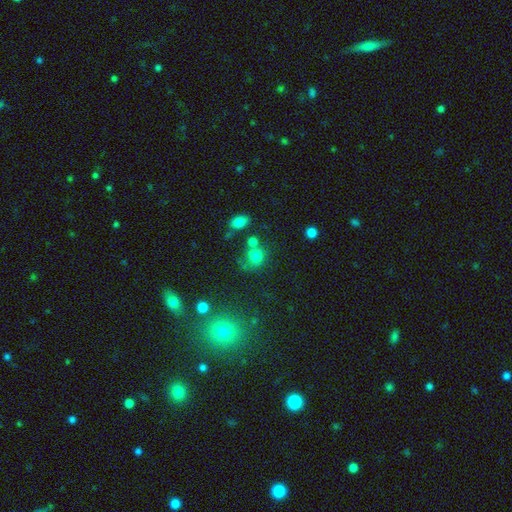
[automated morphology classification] This is likely a smooth galaxy (75%). How rounded: likely round (78%). Merging: possibly none (56%).